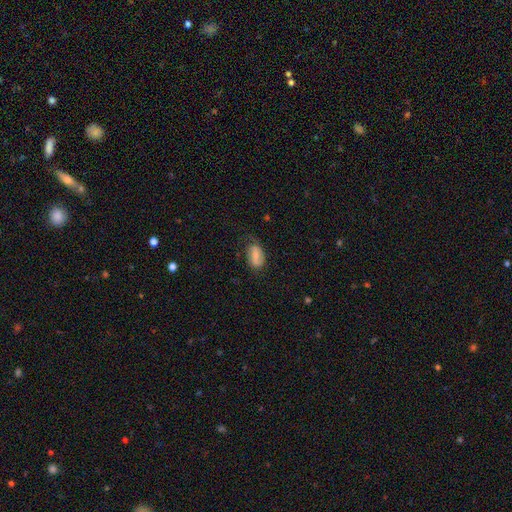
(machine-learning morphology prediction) smooth 58%, featured or disk 33%, star or artifact 8%. Down the decision tree: how rounded — in between (88%); merging — none (54%).